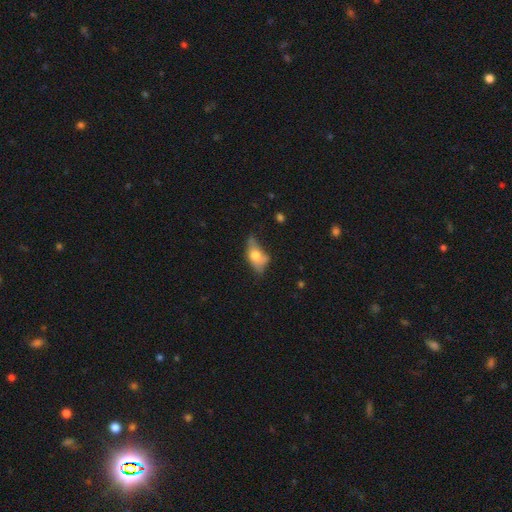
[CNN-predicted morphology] Overall: smooth (59%; featured or disk 32%). How rounded: in between (84%). Merging: none (37%; minor disturbance 36%).